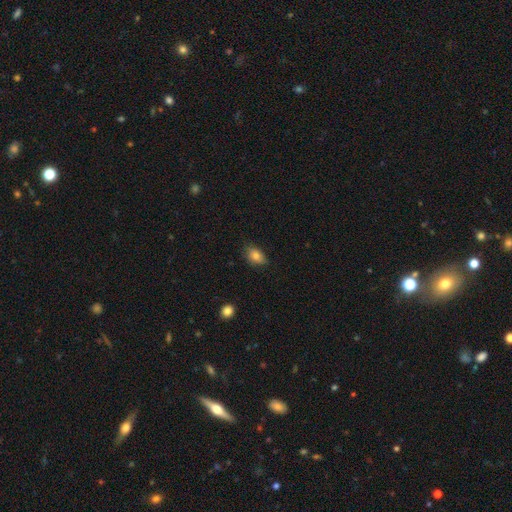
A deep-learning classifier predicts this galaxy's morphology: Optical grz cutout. It shows a smooth galaxy with no disk features (80%) that is in between round and cigar-shaped (79%). Merging: none (72%).